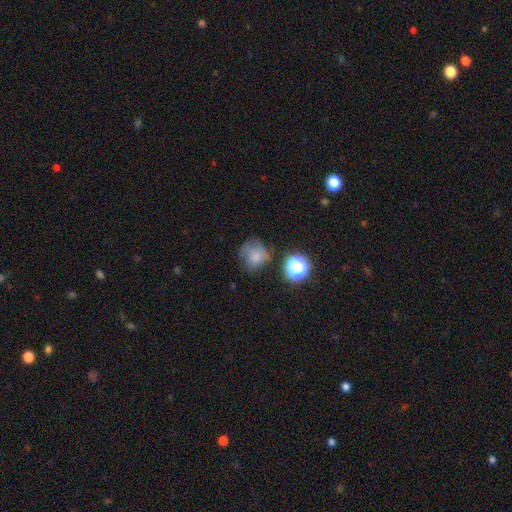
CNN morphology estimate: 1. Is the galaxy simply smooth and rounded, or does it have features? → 72% smooth, 15% star or artifact, 13% featured or disk.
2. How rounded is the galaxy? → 80% round, 19% in between, 1% cigar-shaped.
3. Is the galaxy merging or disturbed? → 54% none, 26% minor disturbance, 15% major disturbance, 6% merger.